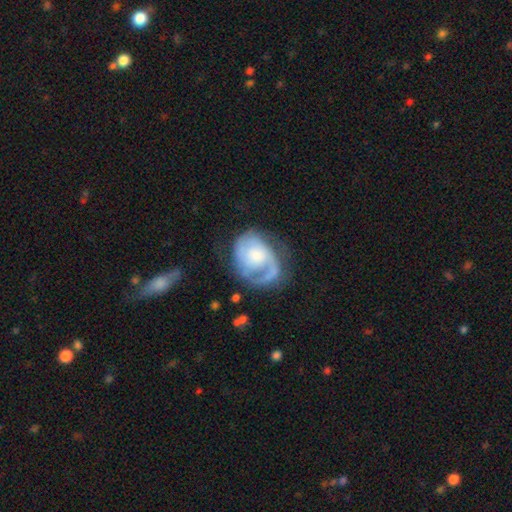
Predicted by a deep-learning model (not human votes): smooth_or_featured: featured or disk (p=0.75) [alt: smooth p=0.19]
disk_edge_on: no (p=0.98) [alt: yes p=0.02]
bar: no (p=0.72) [alt: weak p=0.24]
has_spiral_arms: yes (p=0.89) [alt: no p=0.11]
spiral_winding: tight (p=0.40) [alt: medium p=0.39]
spiral_arm_count: 1 (p=0.44) [alt: 2 p=0.35]
bulge_size: moderate (p=0.38) [alt: small p=0.37]
merging: none (p=0.51) [alt: major disturbance p=0.24]